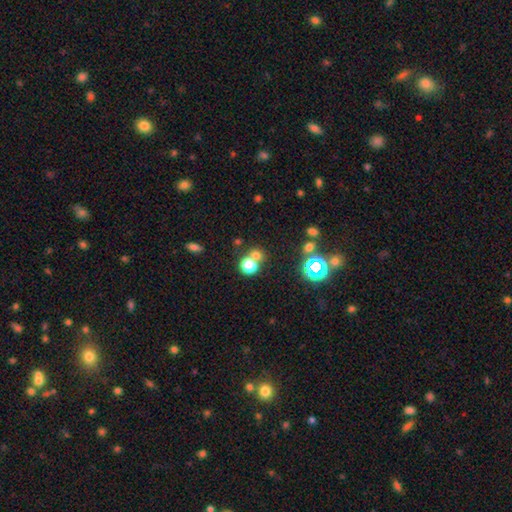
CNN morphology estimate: Overall: smooth (67%). How rounded: round (82%). Merging: none (54%; merger 35%).